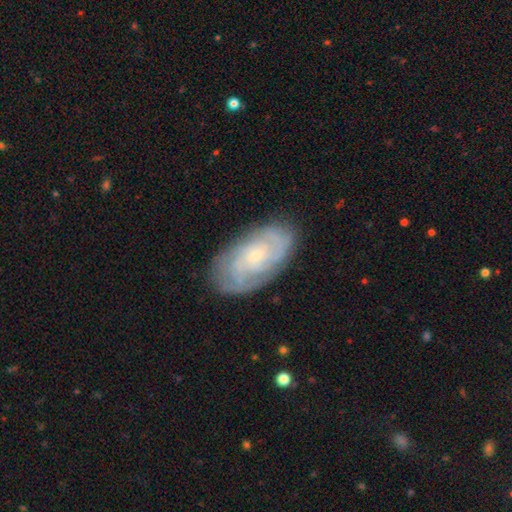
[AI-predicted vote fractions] Overall: featured or disk (74%). Edge-on disk: no (95%). Bar: no (73%). Spiral arms: yes (92%). Spiral arm count: can't tell (41%; 2 25%). Spiral winding: tight (63%; medium 30%). Bulge size: small (71%). Merging: none (79%).